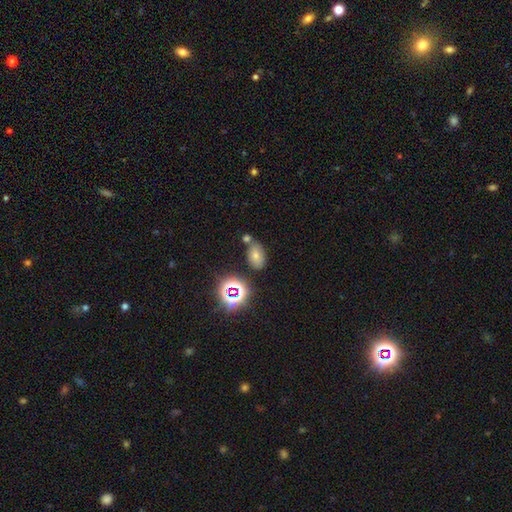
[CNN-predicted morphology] This is possibly a smooth galaxy (47%). Merging: likely none (67%).